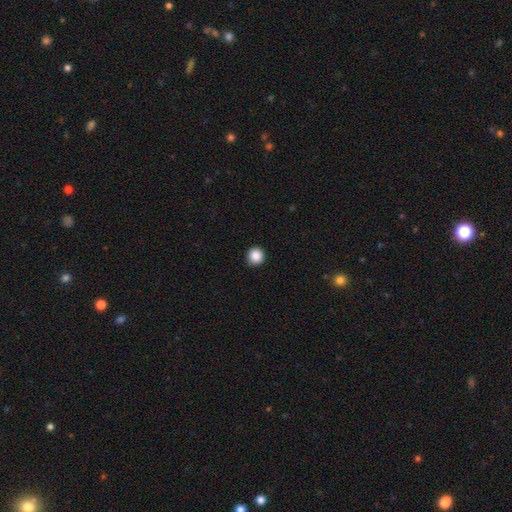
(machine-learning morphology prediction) Smooth or featured? smooth (88%)
How rounded? round (95%)
Merging? none (91%)